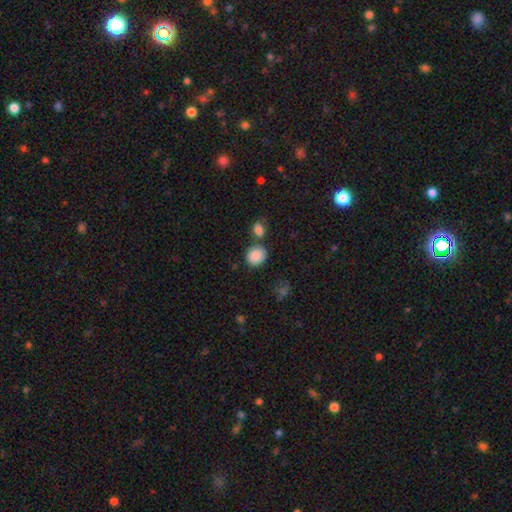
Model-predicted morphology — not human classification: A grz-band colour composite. It shows a smooth galaxy with no disk features (87%) that is round (71%). Merging: none (68%).